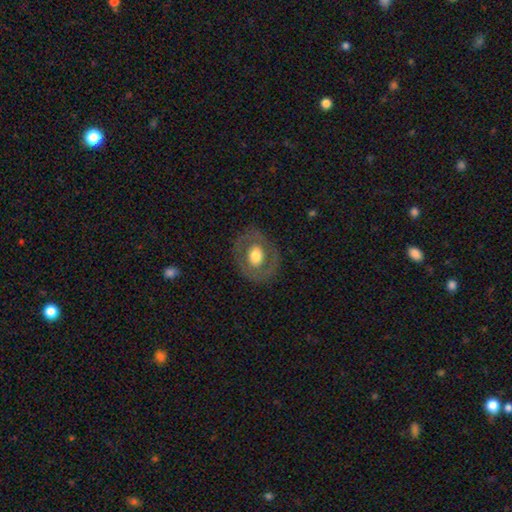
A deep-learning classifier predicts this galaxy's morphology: smooth 50%, featured or disk 44%, star or artifact 6%. Down the decision tree: merging — none (81%).